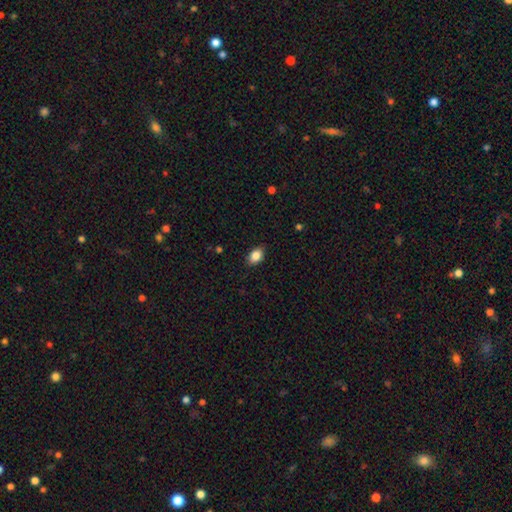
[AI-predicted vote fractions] Morphology: type=smooth (86%); roundness=in between (82%); merging=none (86%).